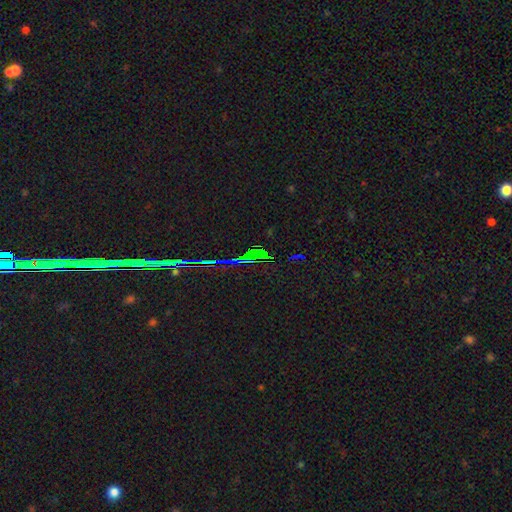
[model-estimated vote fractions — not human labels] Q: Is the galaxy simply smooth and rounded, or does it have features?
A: star or artifact — 80%.